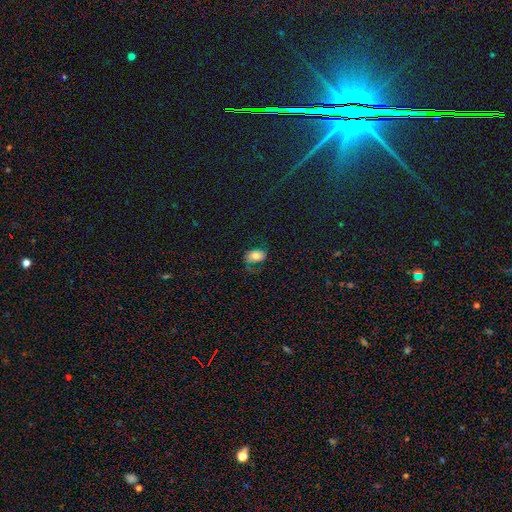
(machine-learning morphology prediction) type=smooth (70%); roundness=in between (86%); merging=none (61%).